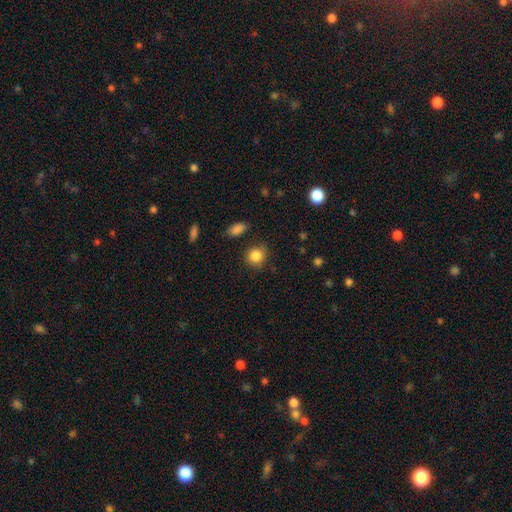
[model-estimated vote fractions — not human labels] Smooth or featured? smooth (86%)
How rounded? round (85%)
Merging? none (79%)